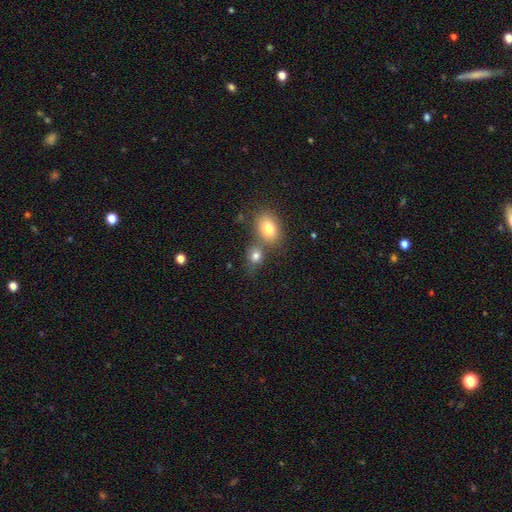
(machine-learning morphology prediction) smooth 78%, star or artifact 12%, featured or disk 10%. Down the decision tree: how rounded — round (53%); merging — none (46%).